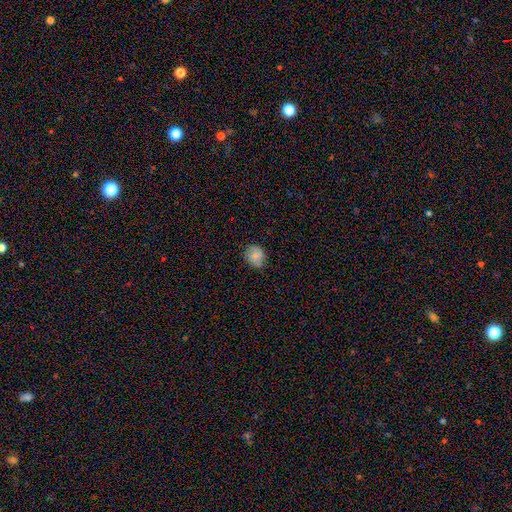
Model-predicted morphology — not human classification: smooth 76%, featured or disk 16%, star or artifact 8%. Down the decision tree: how rounded — round (69%); merging — none (78%).